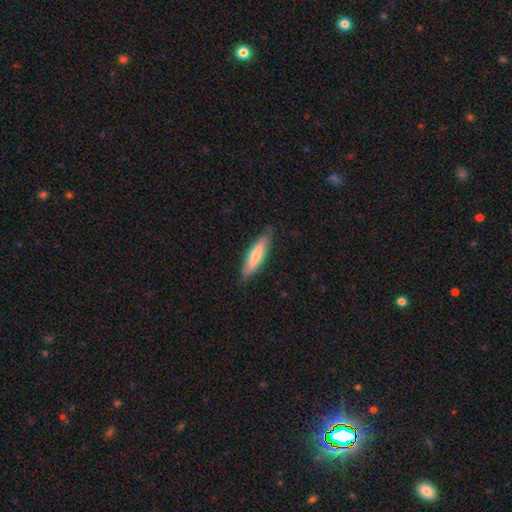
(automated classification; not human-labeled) smooth_or_featured: smooth (p=0.71) [alt: featured or disk p=0.24]
how_rounded: cigar-shaped (p=0.75) [alt: in between p=0.24]
merging: none (p=0.82) [alt: minor disturbance p=0.15]